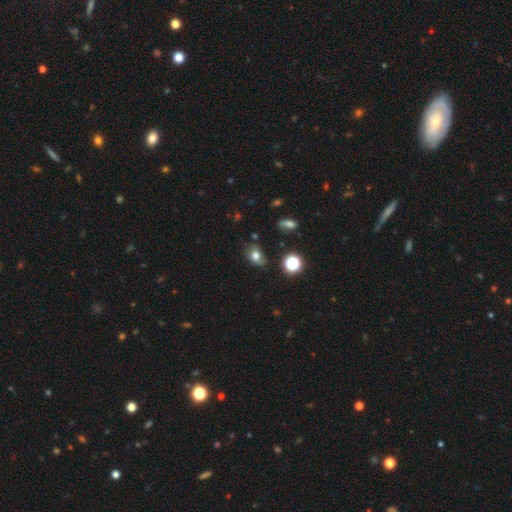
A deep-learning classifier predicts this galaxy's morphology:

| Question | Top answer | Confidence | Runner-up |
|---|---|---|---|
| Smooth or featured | smooth | 70% | star or artifact (15%) |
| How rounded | in between | 67% | round (31%) |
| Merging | none | 59% | minor disturbance (27%) |